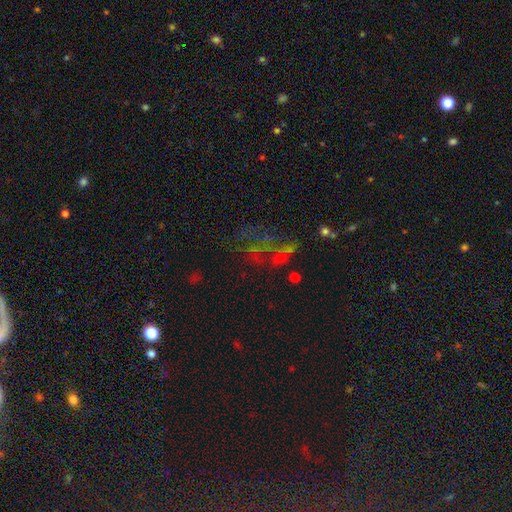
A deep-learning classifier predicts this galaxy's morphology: Smooth or featured?
  - star or artifact: 44% *
  - featured or disk: 34%
  - smooth: 22%